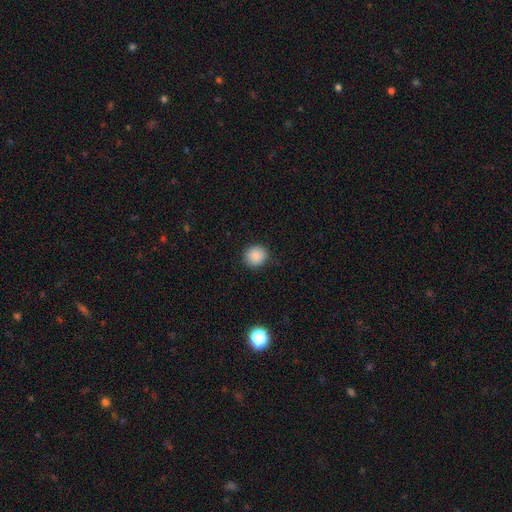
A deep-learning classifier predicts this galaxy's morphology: A smooth galaxy with no disk features (85%) that is round (90%). Merging: none (87%).